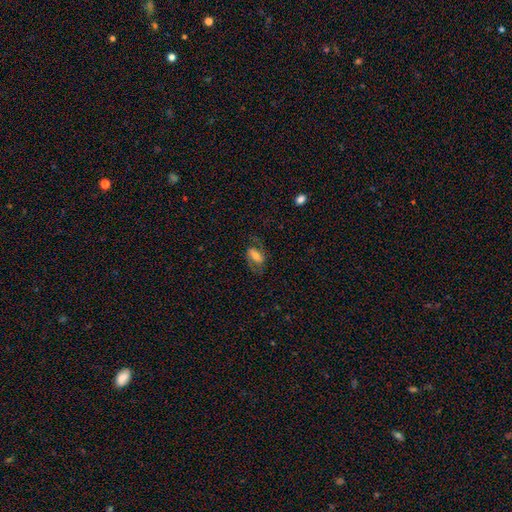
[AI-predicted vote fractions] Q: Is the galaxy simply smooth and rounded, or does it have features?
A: featured or disk — 52%.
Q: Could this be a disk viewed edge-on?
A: no — 93%.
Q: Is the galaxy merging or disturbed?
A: none — 68%.